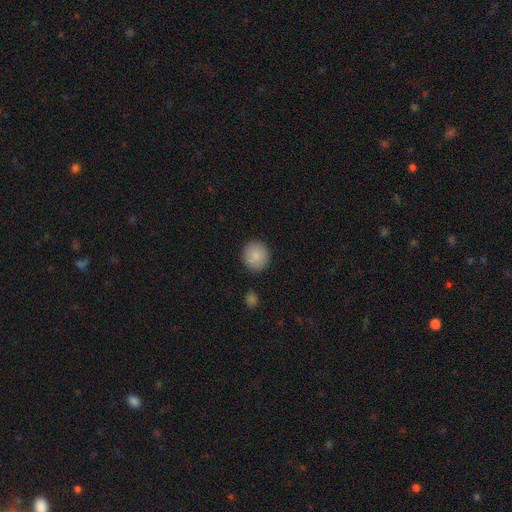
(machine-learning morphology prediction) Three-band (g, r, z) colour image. It shows a smooth galaxy with no disk features (88%) that is round (92%). Merging: none (91%).